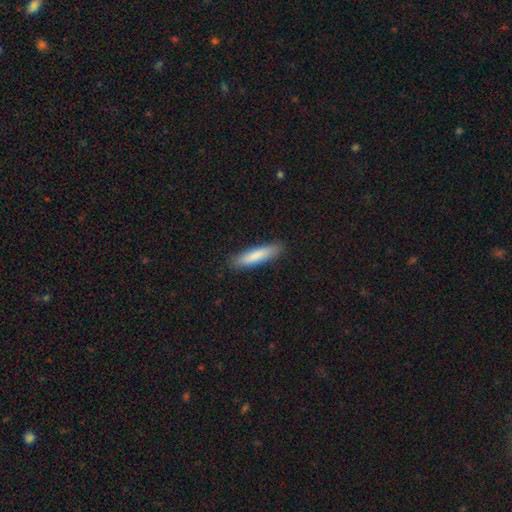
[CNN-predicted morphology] smooth-or-featured: smooth: 83% | featured or disk: 11% | star or artifact: 5%
  how-rounded: cigar-shaped: 80% | in between: 19% | round: 1%
  merging: none: 89% | minor disturbance: 8% | major disturbance: 2% | merger: 1%